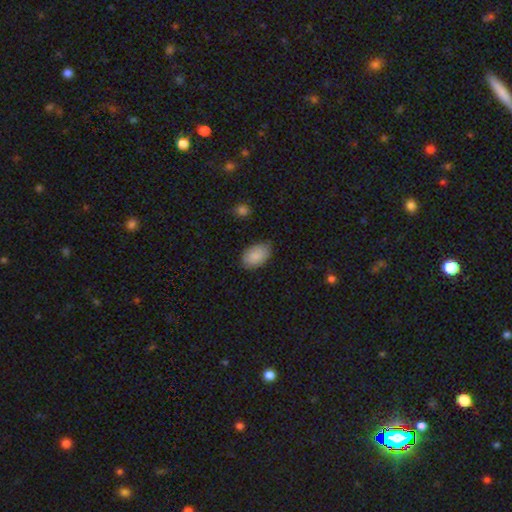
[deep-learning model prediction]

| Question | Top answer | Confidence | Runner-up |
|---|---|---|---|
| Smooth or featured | smooth | 89% | star or artifact (7%) |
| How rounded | in between | 91% | round (8%) |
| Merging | none | 76% | minor disturbance (19%) |